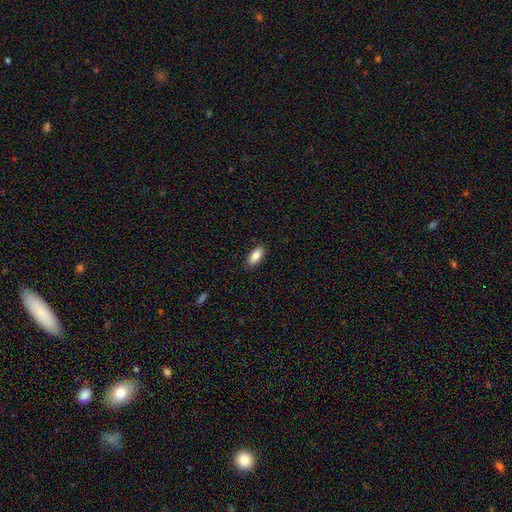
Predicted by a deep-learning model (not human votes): Smooth or featured: smooth — 87% (star or artifact — 7%)
How rounded: in between — 86% (cigar-shaped — 12%)
Merging: none — 87% (minor disturbance — 10%)